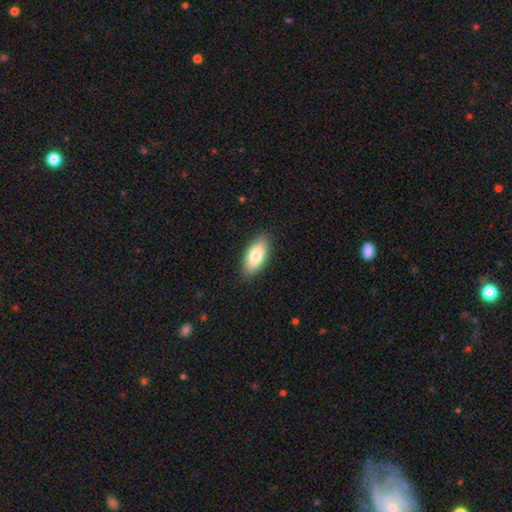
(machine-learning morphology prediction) Q: Smooth or featured?
A: smooth (81%); runner-up: featured or disk (13%)
Q: How rounded?
A: in between (88%); runner-up: cigar-shaped (10%)
Q: Merging?
A: none (88%); runner-up: minor disturbance (9%)